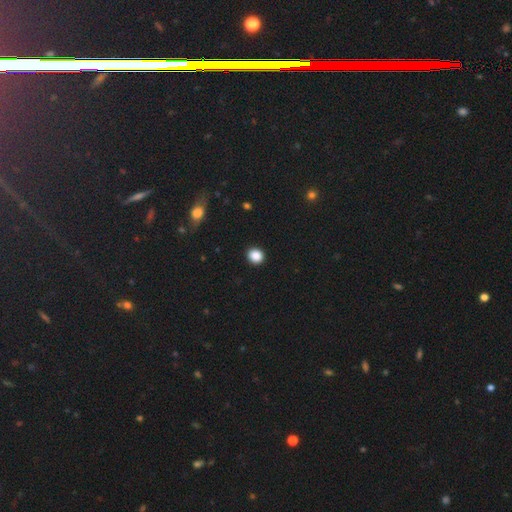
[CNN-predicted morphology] Smooth or featured? Predicted: smooth (p=0.88). How rounded? Predicted: round (p=0.77). Merging? Predicted: none (p=0.91).